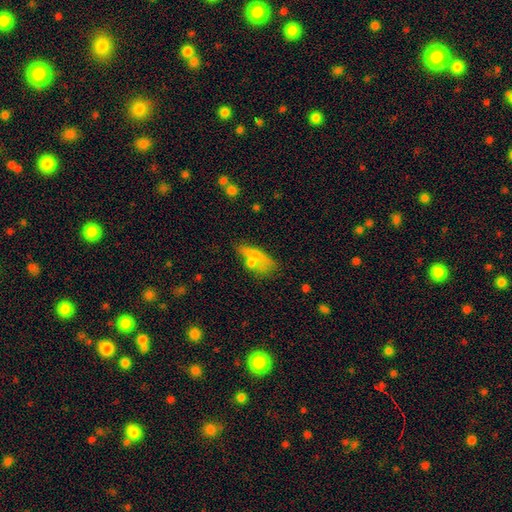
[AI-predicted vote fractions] This appears to be a smooth galaxy with no disk features (66%) that is in between round and cigar-shaped (55%). Merging: none (50%).